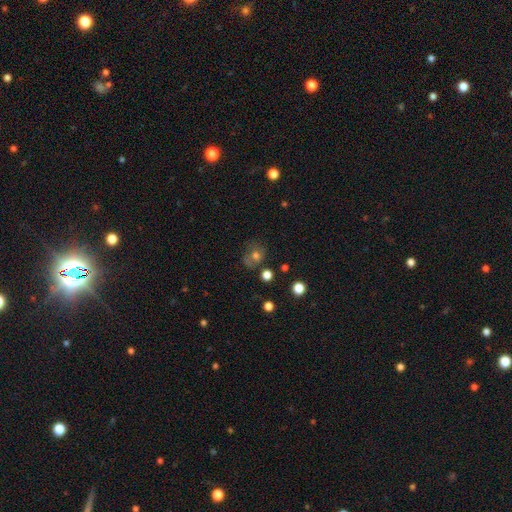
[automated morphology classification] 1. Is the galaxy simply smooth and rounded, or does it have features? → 60% smooth, 21% featured or disk, 19% star or artifact.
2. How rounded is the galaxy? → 65% round, 34% in between, 1% cigar-shaped.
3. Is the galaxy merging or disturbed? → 59% none, 22% minor disturbance, 13% major disturbance, 6% merger.